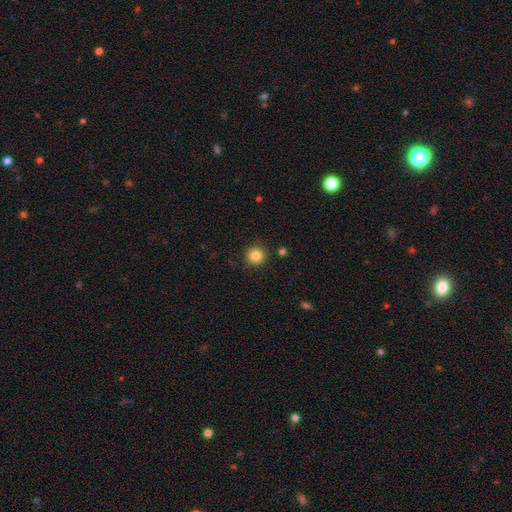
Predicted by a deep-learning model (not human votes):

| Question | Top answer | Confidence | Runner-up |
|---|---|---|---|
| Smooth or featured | smooth | 85% | star or artifact (11%) |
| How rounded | round | 95% | in between (4%) |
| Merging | none | 90% | minor disturbance (6%) |